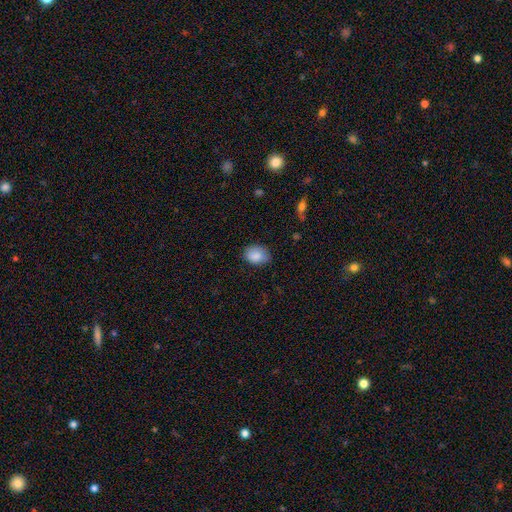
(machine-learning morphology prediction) Overall: smooth (87%). How rounded: in between (75%). Merging: none (76%).